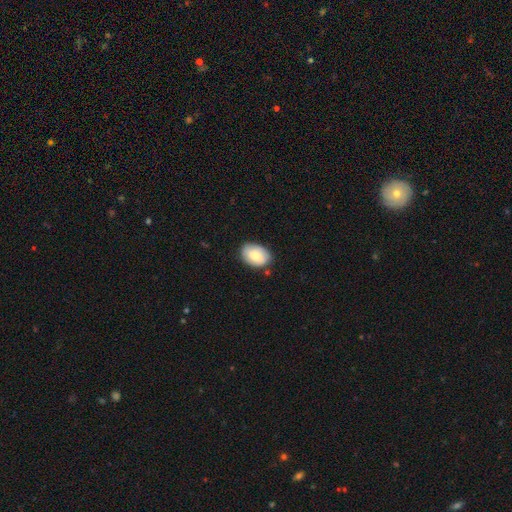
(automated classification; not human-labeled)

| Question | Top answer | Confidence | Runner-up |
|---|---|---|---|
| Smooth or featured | smooth | 70% | featured or disk (23%) |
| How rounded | in between | 80% | round (18%) |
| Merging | none | 77% | minor disturbance (18%) |